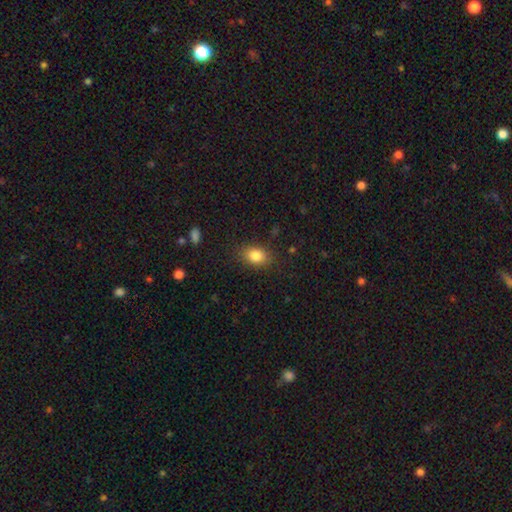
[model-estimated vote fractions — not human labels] Morphology: type=smooth (84%); roundness=in between (76%); merging=none (84%).